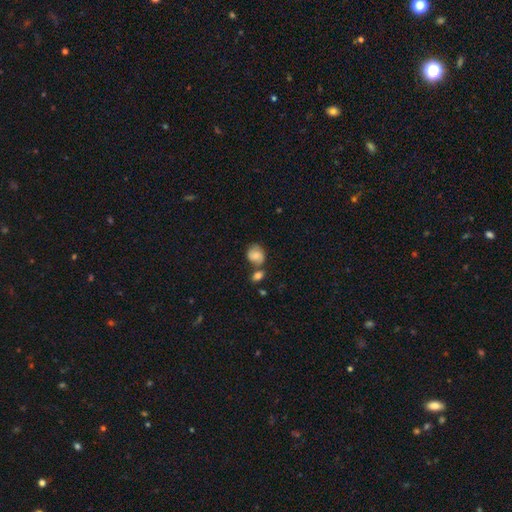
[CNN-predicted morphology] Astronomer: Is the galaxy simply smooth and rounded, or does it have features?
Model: smooth — 72%.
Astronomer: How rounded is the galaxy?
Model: round — 59% (runner-up: in between, 40%).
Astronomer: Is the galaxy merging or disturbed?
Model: none — 48% (runner-up: merger, 27%).